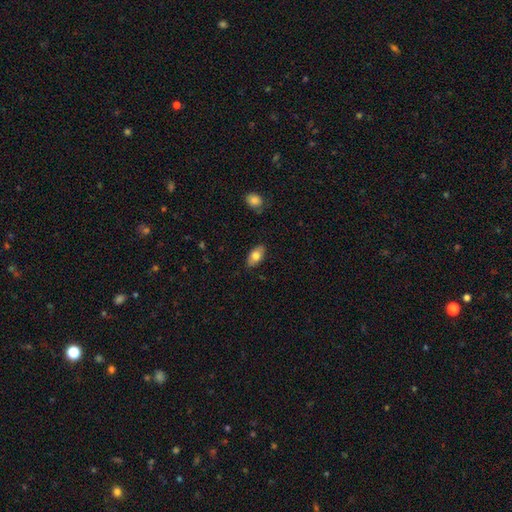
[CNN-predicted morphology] smooth_or_featured: smooth (p=0.76) [alt: featured or disk p=0.18]
how_rounded: in between (p=0.92) [alt: cigar-shaped p=0.05]
merging: none (p=0.85) [alt: minor disturbance p=0.11]